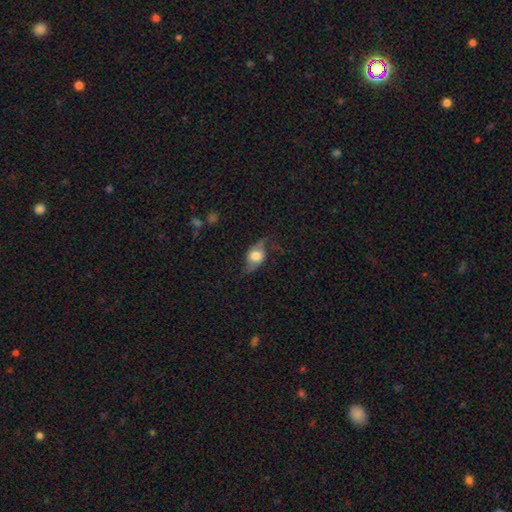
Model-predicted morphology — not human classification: The model was most divided on "smooth or featured": featured or disk: 50%, smooth: 42%, star or artifact: 8%. More confident: edge-on disk — no (65%); merging — none (60%).